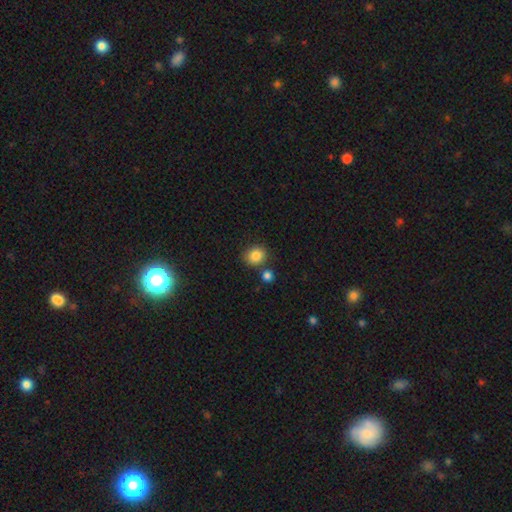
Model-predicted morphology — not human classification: Overall: smooth (85%). How rounded: round (72%). Merging: none (74%).